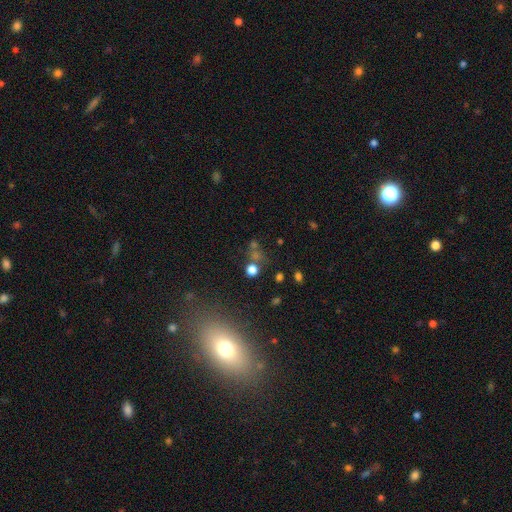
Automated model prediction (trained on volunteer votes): Smooth or featured? Predicted: smooth (p=0.43). Merging? Predicted: none (p=0.66).